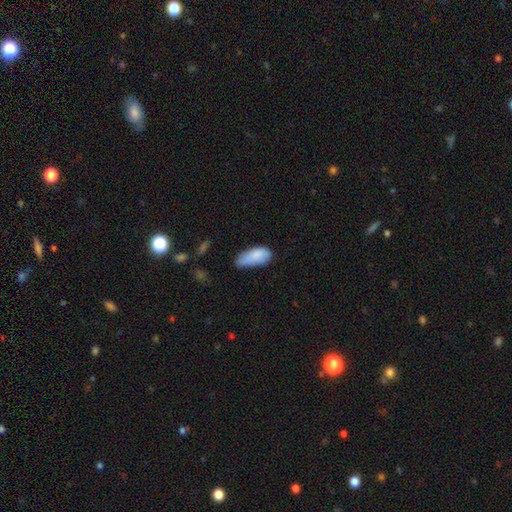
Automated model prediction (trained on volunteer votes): This is clearly a smooth galaxy (85%). How rounded: clearly in between (88%). Merging: marginally minor disturbance (45%).